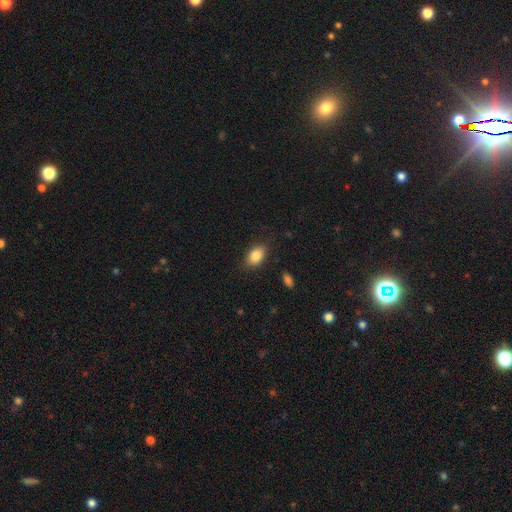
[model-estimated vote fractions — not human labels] This appears to be a smooth galaxy with no disk features (85%) that is in between round and cigar-shaped (87%). Merging: none (84%).